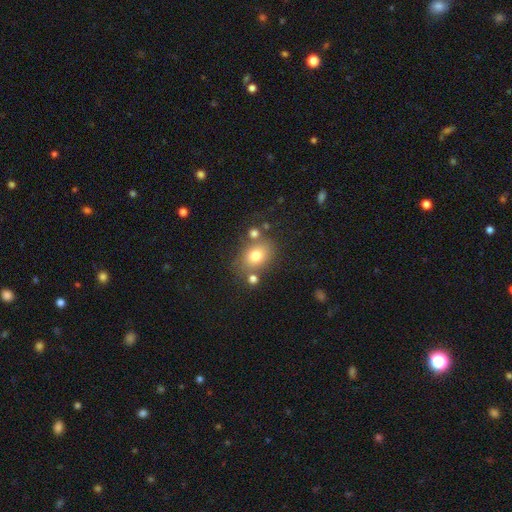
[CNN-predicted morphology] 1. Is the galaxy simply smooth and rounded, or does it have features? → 75% smooth, 13% featured or disk, 13% star or artifact.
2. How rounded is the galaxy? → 53% in between, 46% round, 1% cigar-shaped.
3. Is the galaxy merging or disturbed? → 70% none, 14% minor disturbance, 12% merger, 5% major disturbance.